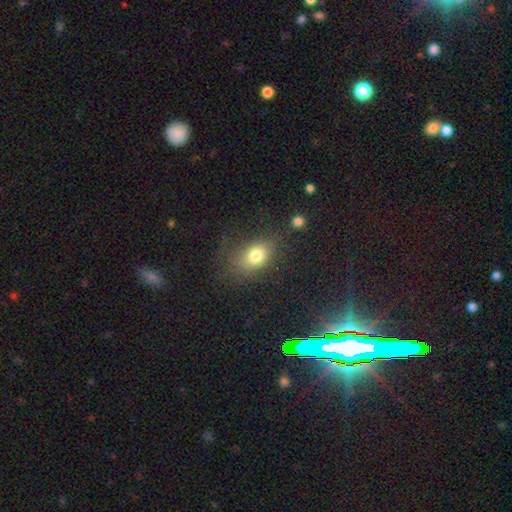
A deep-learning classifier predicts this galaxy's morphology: A smooth galaxy with no disk features (76%) that is in between round and cigar-shaped (73%).

Vote fractions:
- Smooth or featured? smooth: 76% / star or artifact: 12% / featured or disk: 12%
- How rounded? in between: 73% / round: 25% / cigar-shaped: 2%
- Merging? none: 67% / minor disturbance: 18% / major disturbance: 12% / merger: 3%